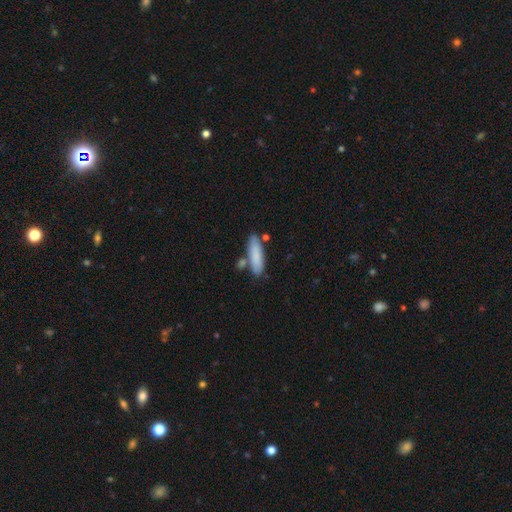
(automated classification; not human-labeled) Morphology: type=smooth (84%); roundness=cigar-shaped (58%); merging=none (71%).